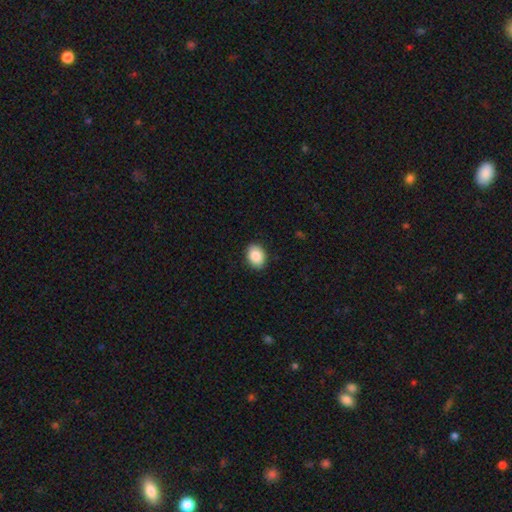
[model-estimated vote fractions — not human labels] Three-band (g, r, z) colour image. It shows a smooth galaxy with no disk features (87%) that is in between round and cigar-shaped (66%). Merging: none (90%).